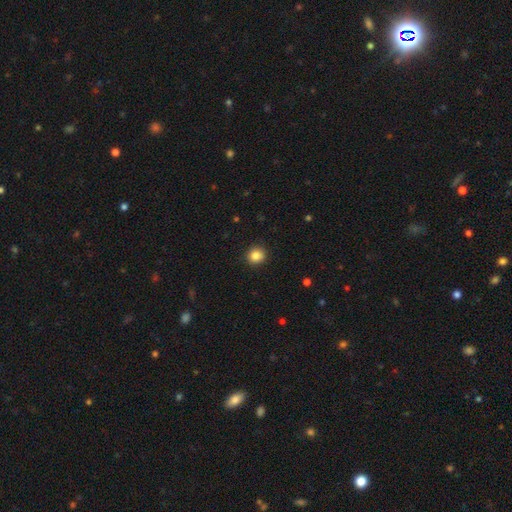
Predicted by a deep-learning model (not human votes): Morphology: type=smooth (86%); roundness=round (88%); merging=none (91%).